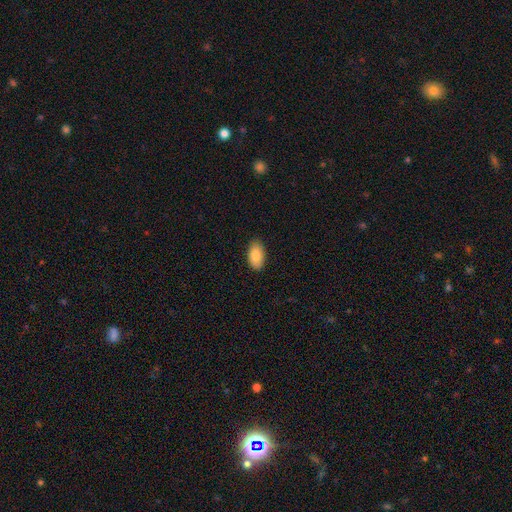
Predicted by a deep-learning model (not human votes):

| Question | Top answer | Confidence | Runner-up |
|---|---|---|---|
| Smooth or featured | smooth | 85% | featured or disk (8%) |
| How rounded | in between | 95% | round (3%) |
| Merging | none | 88% | minor disturbance (10%) |